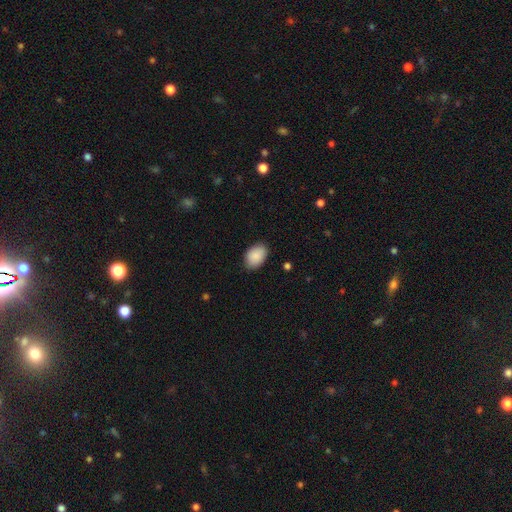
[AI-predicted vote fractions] Overall: smooth (90%). How rounded: in between (87%). Merging: none (85%).